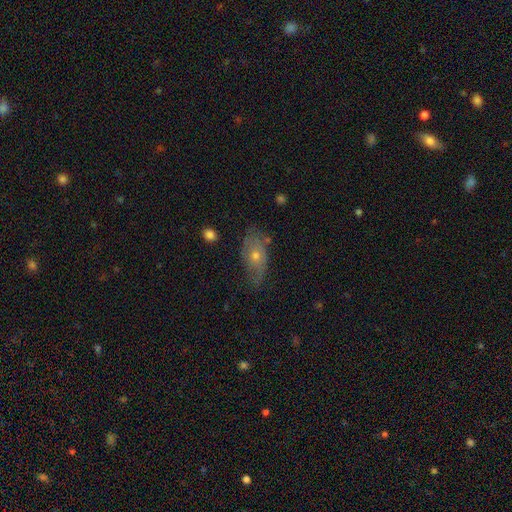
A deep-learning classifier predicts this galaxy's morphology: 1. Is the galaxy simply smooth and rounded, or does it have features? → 49% featured or disk, 41% smooth, 10% star or artifact.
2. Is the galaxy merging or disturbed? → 59% none, 28% minor disturbance, 10% major disturbance, 3% merger.